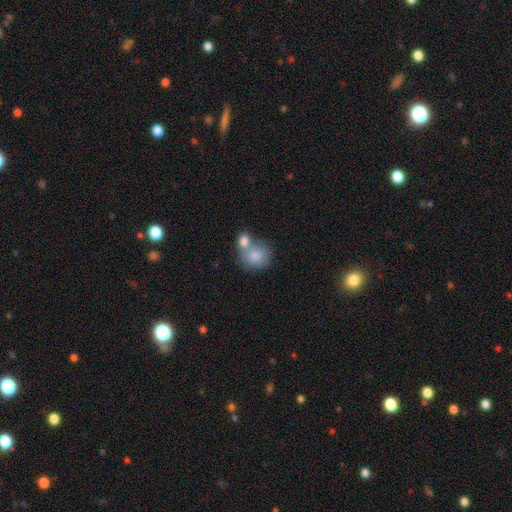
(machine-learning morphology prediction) Q: Smooth or featured?
A: smooth (83%); runner-up: featured or disk (10%)
Q: How rounded?
A: round (72%); runner-up: in between (27%)
Q: Merging?
A: merger (52%); runner-up: none (33%)